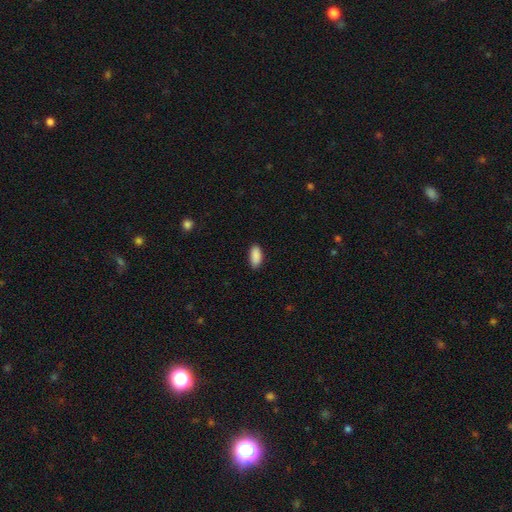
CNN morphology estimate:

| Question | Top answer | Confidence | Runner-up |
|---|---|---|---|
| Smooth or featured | smooth | 91% | star or artifact (7%) |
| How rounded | in between | 90% | cigar-shaped (8%) |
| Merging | none | 86% | minor disturbance (11%) |